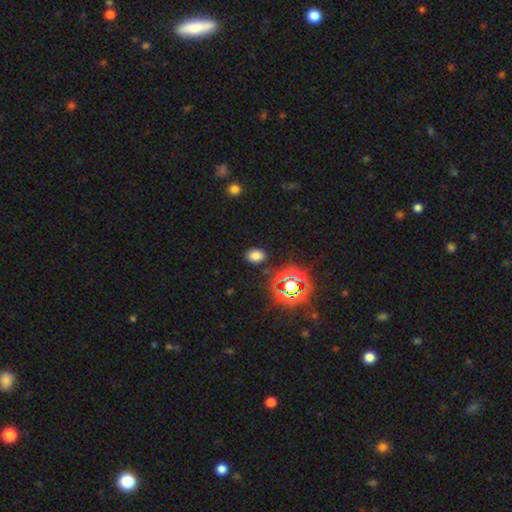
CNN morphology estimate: Smooth or featured? Predicted: smooth (p=0.71). How rounded? Predicted: in between (p=0.76). Merging? Predicted: none (p=0.87).